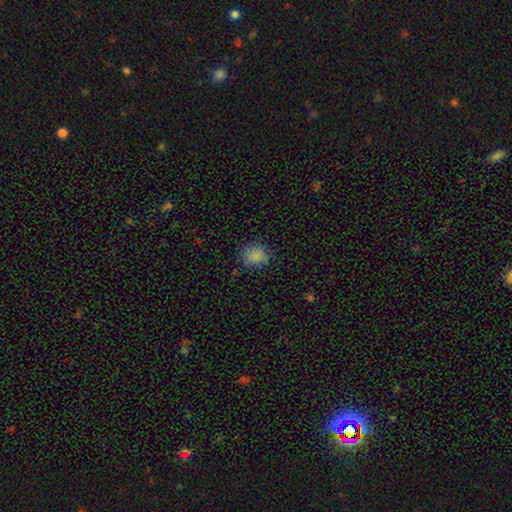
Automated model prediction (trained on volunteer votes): The model was most divided on "how rounded": round: 76%, in between: 23%, cigar-shaped: 1%. More confident: smooth or featured — smooth (85%); merging — none (82%).